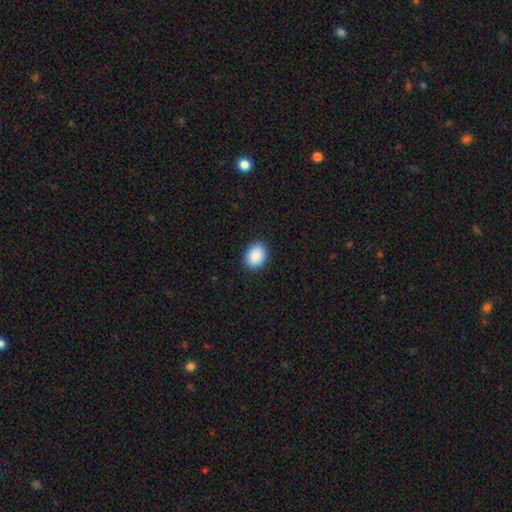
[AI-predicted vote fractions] Overall: smooth (90%). How rounded: in between (60%; round 40%). Merging: none (89%).